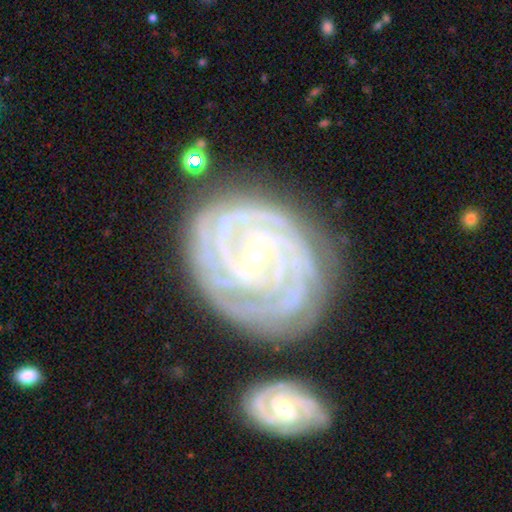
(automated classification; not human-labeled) smooth-or-featured: featured or disk: 91% | star or artifact: 5% | smooth: 4%
  disk-edge-on: no: 97% | yes: 3%
    bar: no: 43% | weak: 38% | strong: 19%
    has-spiral-arms: yes: 98% | no: 2%
      spiral-winding: tight: 84% | medium: 14% | loose: 2%
      spiral-arm-count: 3: 26% | 4: 25% | can't tell: 18% | 2: 15% | more than 4: 10% | 1: 7%
    bulge-size: small: 77% | moderate: 20% | none: 1% | large: 1% | dominant: 1%
  merging: none: 69% | minor disturbance: 17% | merger: 8% | major disturbance: 6%